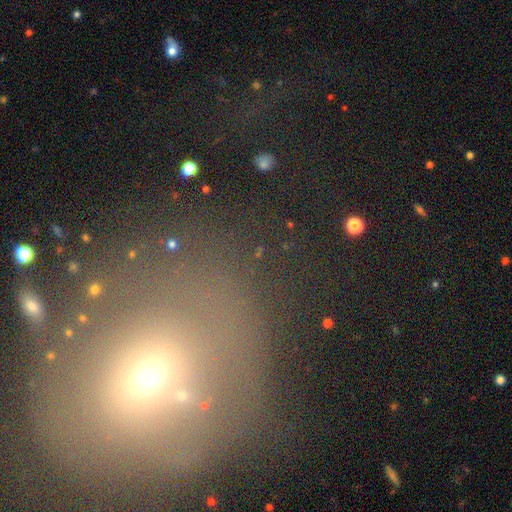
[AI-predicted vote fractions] The model was most divided on "smooth or featured": smooth: 46%, star or artifact: 35%, featured or disk: 19%. More confident: merging — none (59%).